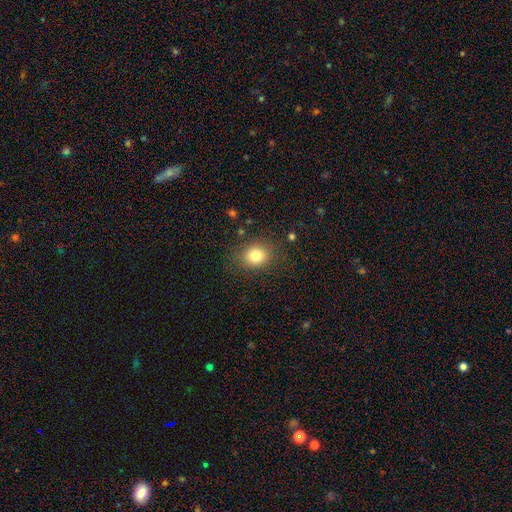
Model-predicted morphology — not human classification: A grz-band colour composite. It shows a smooth galaxy with no disk features (80%) that is round (62%). Merging: none (84%).